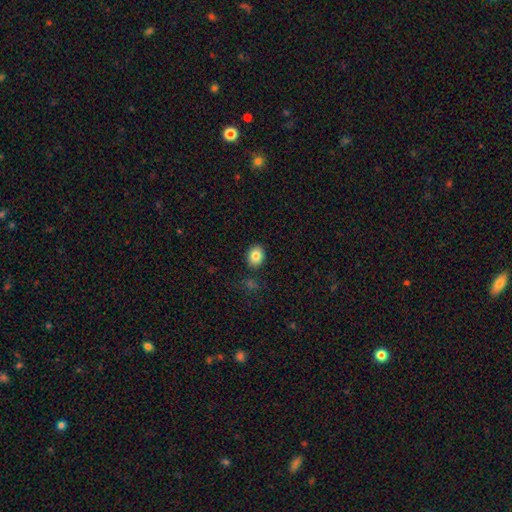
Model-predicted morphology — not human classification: Smooth or featured? Predicted: smooth (p=0.84). How rounded? Predicted: round (p=0.52). Merging? Predicted: none (p=0.86).